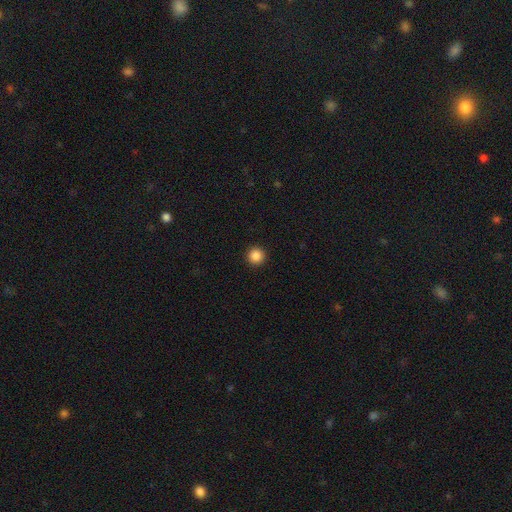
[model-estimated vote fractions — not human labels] Overall: smooth (87%). How rounded: round (96%). Merging: none (93%).